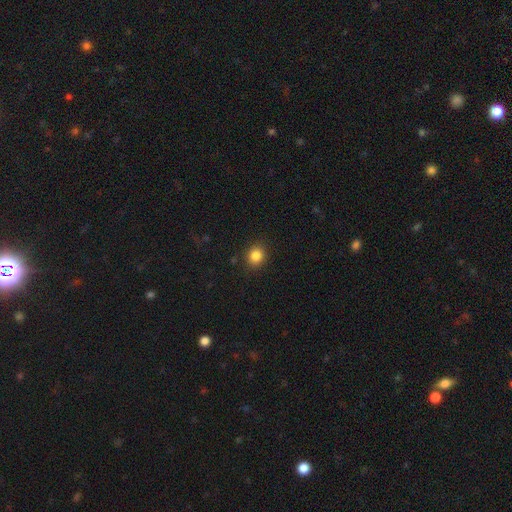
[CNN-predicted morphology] Smooth or featured? Predicted: smooth (p=0.85). How rounded? Predicted: round (p=0.77). Merging? Predicted: none (p=0.88).